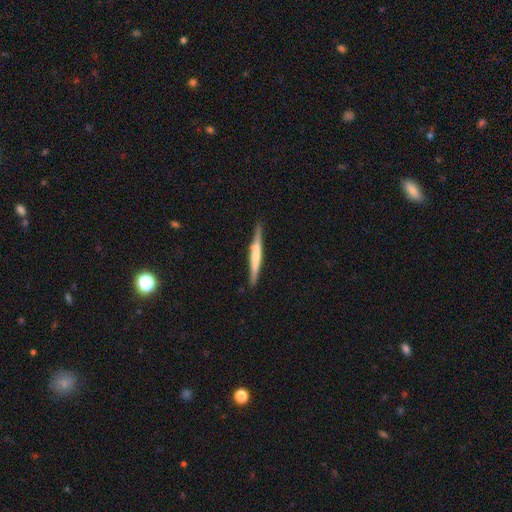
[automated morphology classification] Smooth or featured? Predicted: featured or disk (p=0.50). Merging? Predicted: none (p=0.84).